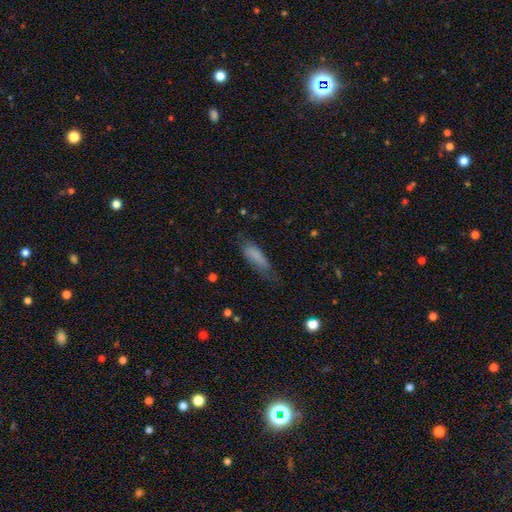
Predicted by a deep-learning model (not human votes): The model was most divided on "how rounded": in between: 50%, cigar-shaped: 47%, round: 2%. Remaining: smooth or featured — smooth (76%); merging — none (49%).